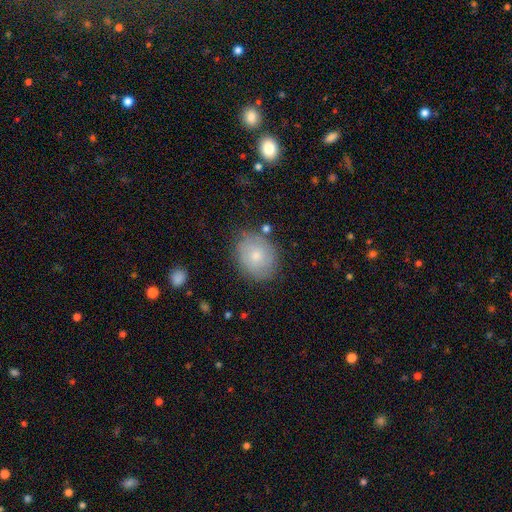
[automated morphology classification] type=smooth (67%); roundness=round (56%); merging=none (78%).